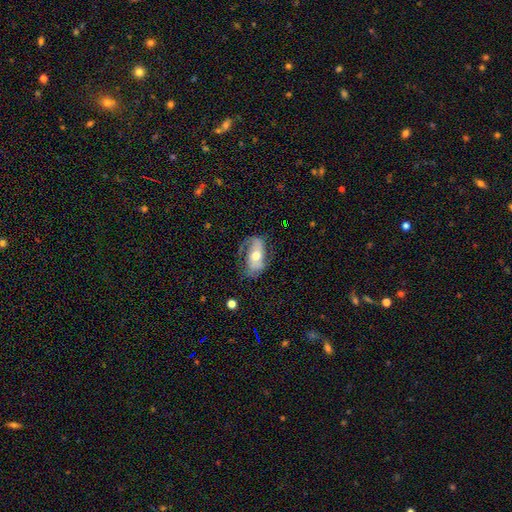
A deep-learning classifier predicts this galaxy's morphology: smooth-or-featured: featured or disk: 67% | smooth: 27% | star or artifact: 6%
  disk-edge-on: no: 93% | yes: 7%
    bar: no: 48% | weak: 32% | strong: 21%
    has-spiral-arms: yes: 83% | no: 17%
      spiral-winding: loose: 41% | medium: 39% | tight: 20%
      spiral-arm-count: 2: 68% | 1: 20% | can't tell: 9% | 3: 1% | 4: 1% | more than 4: 1%
    bulge-size: moderate: 71% | small: 15% | large: 11% | dominant: 1% | none: 1%
  merging: none: 56% | minor disturbance: 24% | major disturbance: 18% | merger: 2%